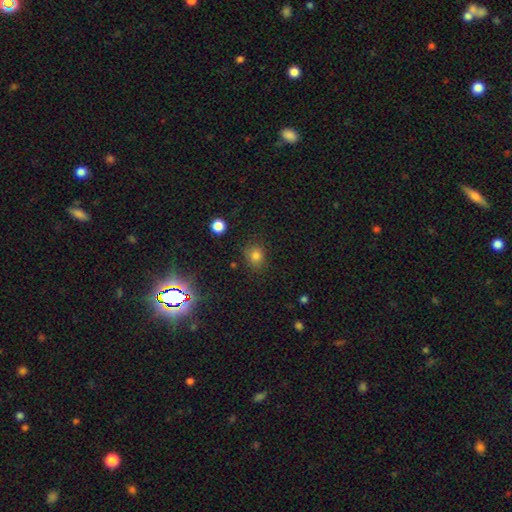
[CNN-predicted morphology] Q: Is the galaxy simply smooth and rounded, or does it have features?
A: smooth — 77%.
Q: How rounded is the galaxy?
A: round — 69%.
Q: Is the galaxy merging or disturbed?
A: none — 82%.